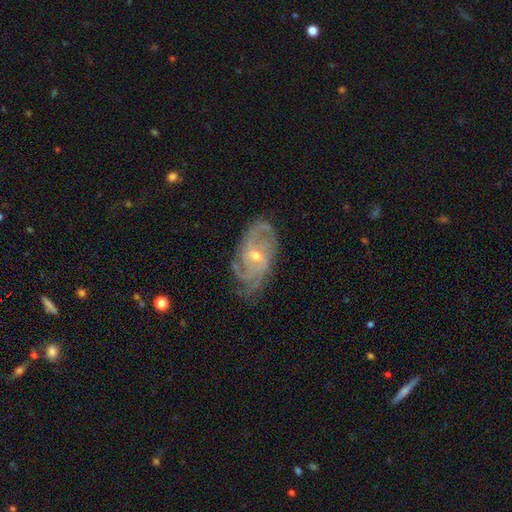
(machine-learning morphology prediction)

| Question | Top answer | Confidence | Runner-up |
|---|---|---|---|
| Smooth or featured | featured or disk | 88% | star or artifact (6%) |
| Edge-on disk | no | 96% | yes (4%) |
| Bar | no | 47% | weak (42%) |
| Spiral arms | yes | 97% | no (3%) |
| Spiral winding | tight | 55% | medium (37%) |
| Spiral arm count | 3 | 27% | can't tell (22%) |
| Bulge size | small | 56% | moderate (41%) |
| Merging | none | 72% | minor disturbance (20%) |